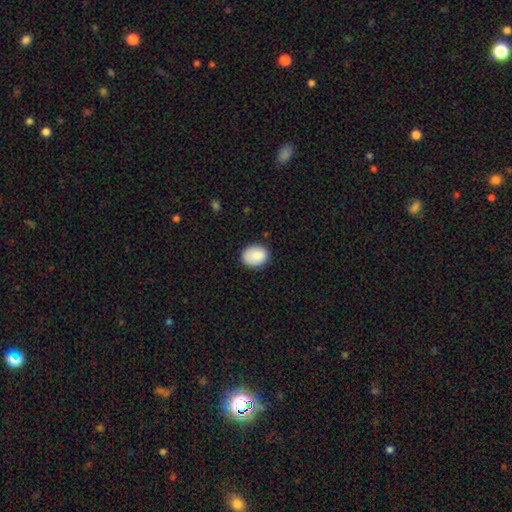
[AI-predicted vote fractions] smooth_or_featured: smooth (p=0.86) [alt: star or artifact p=0.07]
how_rounded: in between (p=0.51) [alt: round p=0.48]
merging: none (p=0.81) [alt: minor disturbance p=0.15]